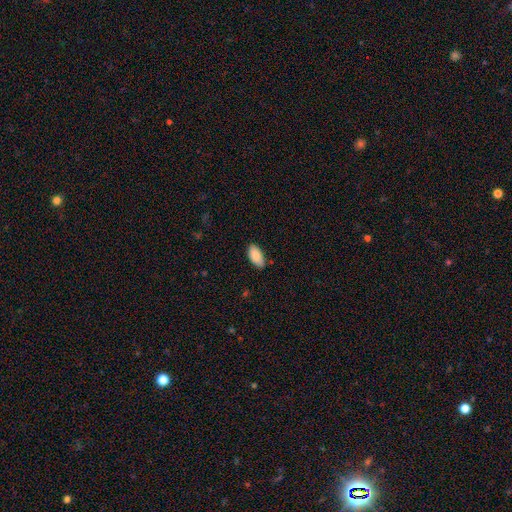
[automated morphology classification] type=smooth (87%); roundness=in between (93%); merging=none (79%).